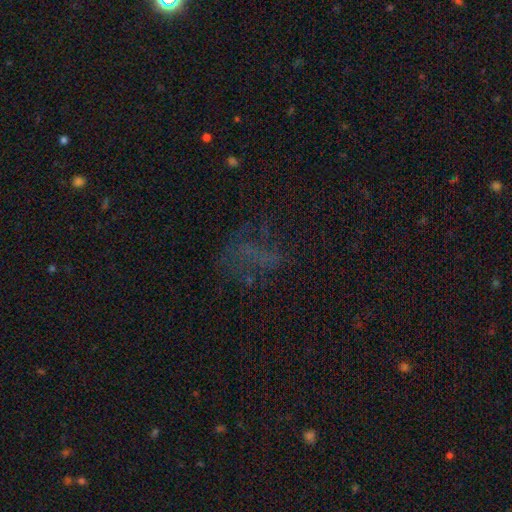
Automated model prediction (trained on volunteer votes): smooth-or-featured: star or artifact: 43% | smooth: 30% | featured or disk: 27%